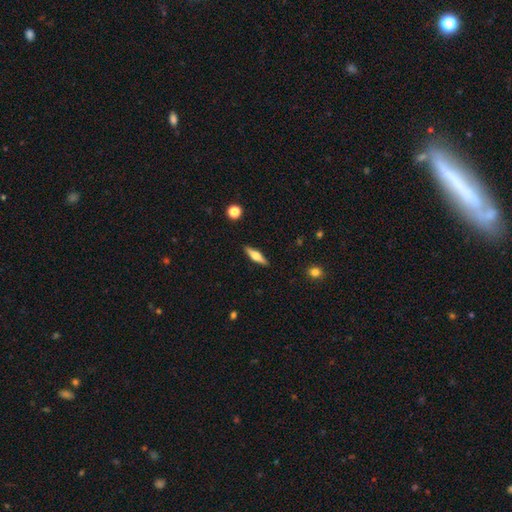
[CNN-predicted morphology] The model was most divided on "smooth or featured": featured or disk: 50%, smooth: 44%, star or artifact: 6%. More confident: merging — none (90%).